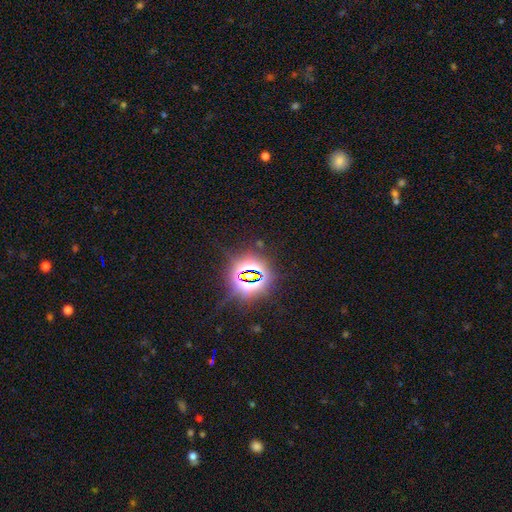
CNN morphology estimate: Overall: star or artifact (81%).